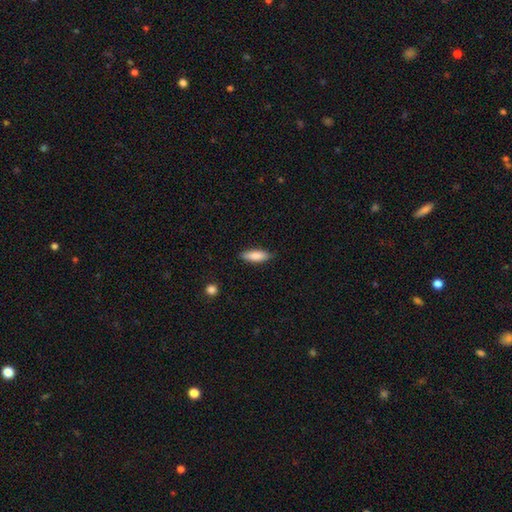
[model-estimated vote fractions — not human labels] Smooth or featured? Predicted: smooth (p=0.84). How rounded? Predicted: in between (p=0.63). Merging? Predicted: none (p=0.84).